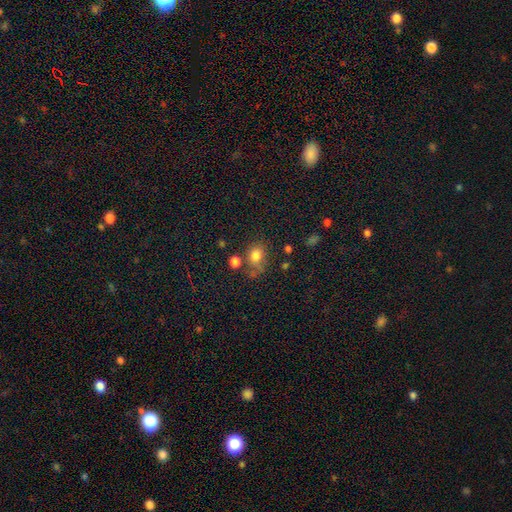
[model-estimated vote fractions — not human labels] A smooth galaxy with no disk features (79%) that is in between round and cigar-shaped (52%).

Vote fractions:
- Smooth or featured? smooth: 79% / star or artifact: 12% / featured or disk: 9%
- How rounded? in between: 52% / round: 47% / cigar-shaped: 1%
- Merging? none: 53% / minor disturbance: 22% / merger: 14% / major disturbance: 12%